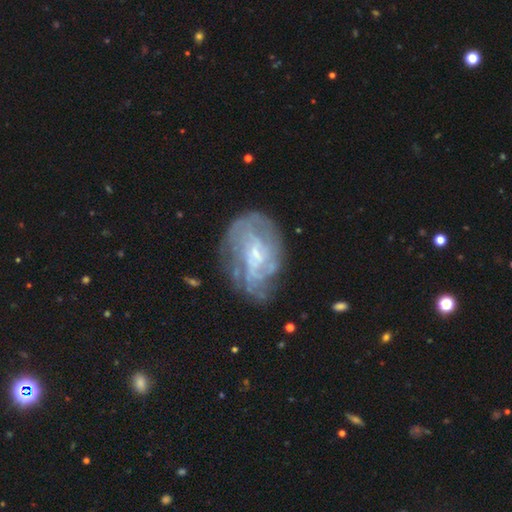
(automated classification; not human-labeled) Smooth or featured? featured or disk (78%)
Edge-on disk? no (97%)
Bar? no (47%)
Spiral arms? yes (79%)
Spiral winding? tight (49%)
Spiral arm count? can't tell (54%)
Bulge size? small (69%)
Merging? none (60%)